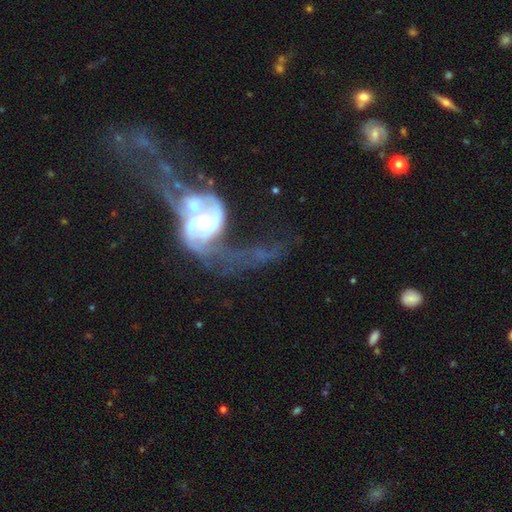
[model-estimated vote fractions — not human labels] This is likely a featured or disk galaxy (76%). It is clearly not viewed edge-on (95%). Bar: possibly no (54%). Spiral arm pattern: likely yes (75%). Spiral arm count: likely 2 (66%). Spiral winding: likely loose (76%). Central bulge: marginally moderate (39%). Merging: marginally merger (41%).